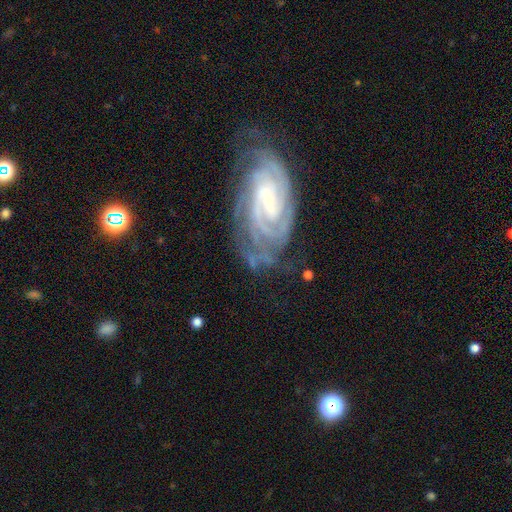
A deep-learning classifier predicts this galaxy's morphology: featured or disk 88%, star or artifact 6%, smooth 6%. Down the decision tree: edge-on disk — no (96%); bar — weak (47%); spiral arms — yes (97%); spiral arm count — can't tell (26%); spiral winding — tight (73%); bulge size — small (70%); merging — none (62%).